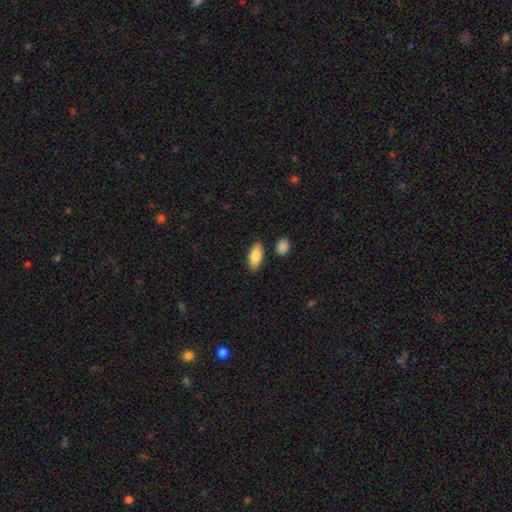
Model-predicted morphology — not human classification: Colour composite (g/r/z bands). It shows a smooth galaxy with no disk features (84%) that is in between round and cigar-shaped (88%). Merging: none (86%).